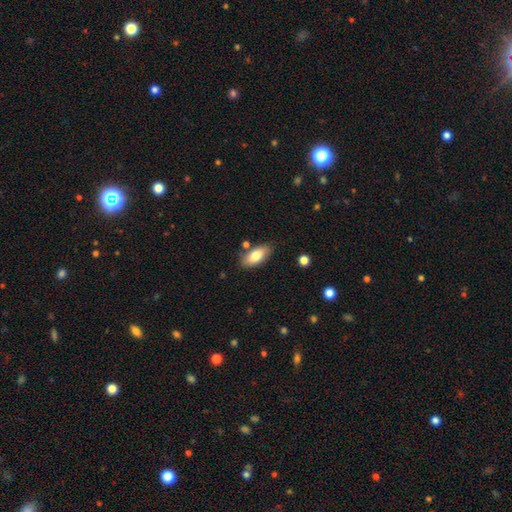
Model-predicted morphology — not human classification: Overall: smooth (79%). How rounded: in between (90%). Merging: none (79%).